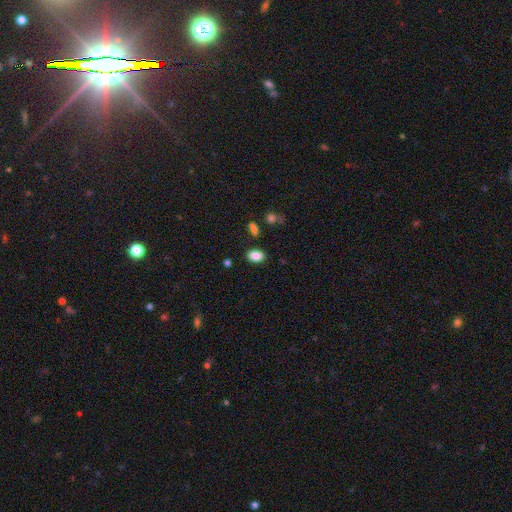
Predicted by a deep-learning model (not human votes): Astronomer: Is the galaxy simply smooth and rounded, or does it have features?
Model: smooth — 87%.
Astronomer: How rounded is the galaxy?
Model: in between — 85%.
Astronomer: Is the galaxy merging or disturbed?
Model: none — 85%.